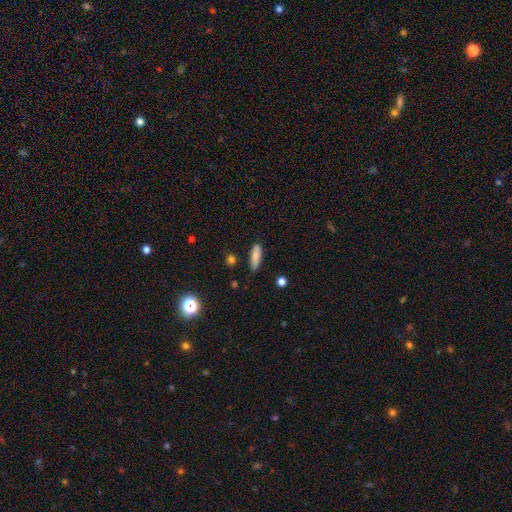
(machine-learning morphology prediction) type=smooth (82%); roundness=in between (49%, tied with cigar-shaped); merging=none (81%).